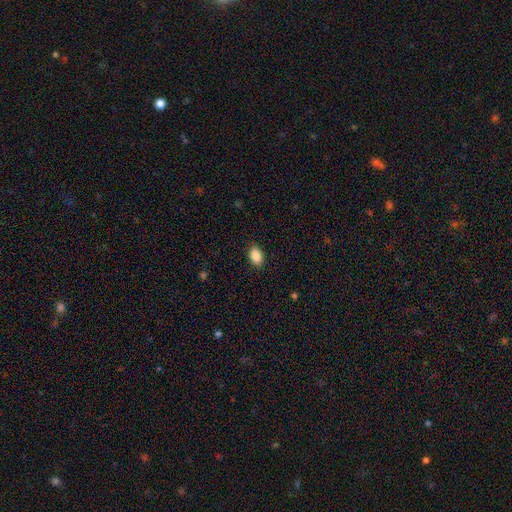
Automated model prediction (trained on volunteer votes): Morphology: type=smooth (89%); roundness=in between (90%); merging=none (88%).